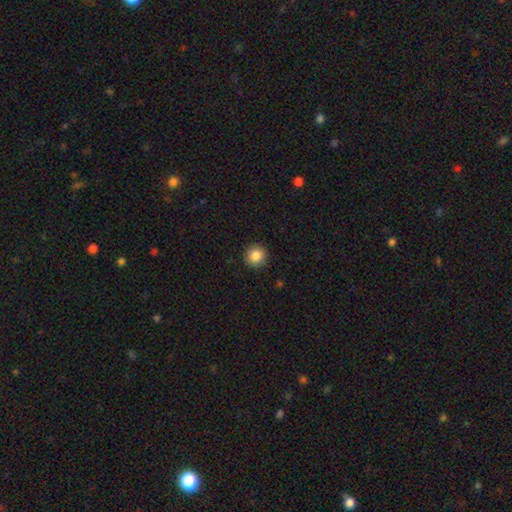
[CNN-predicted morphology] Overall: smooth (86%). How rounded: round (94%). Merging: none (91%).